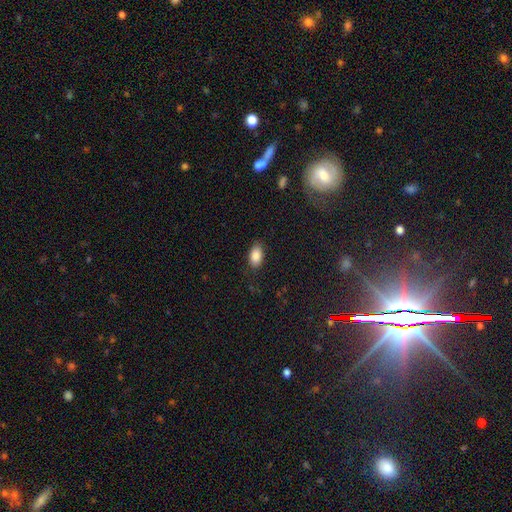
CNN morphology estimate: smooth 87%, star or artifact 8%, featured or disk 5%. Down the decision tree: how rounded — in between (91%); merging — none (84%).